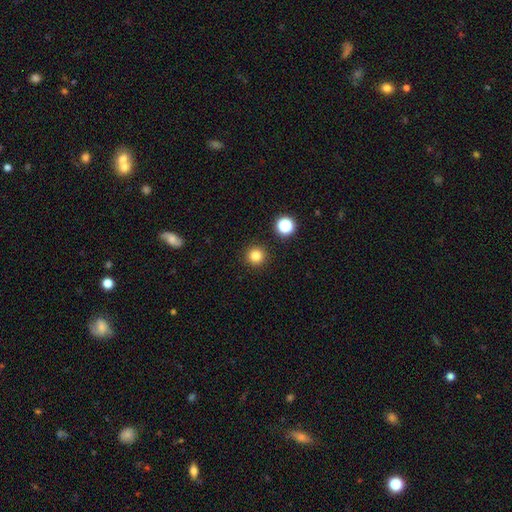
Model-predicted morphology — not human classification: A smooth galaxy with no disk features (82%) that is round (96%). Merging: none (92%).